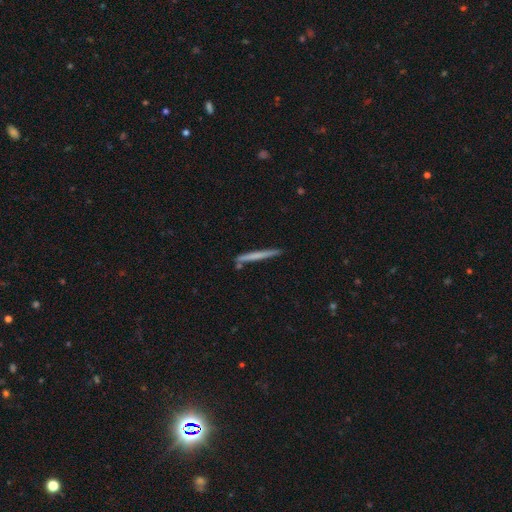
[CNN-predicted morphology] smooth_or_featured: smooth (p=0.59) [alt: featured or disk p=0.35]
how_rounded: cigar-shaped (p=0.97) [alt: in between p=0.02]
merging: none (p=0.85) [alt: minor disturbance p=0.09]